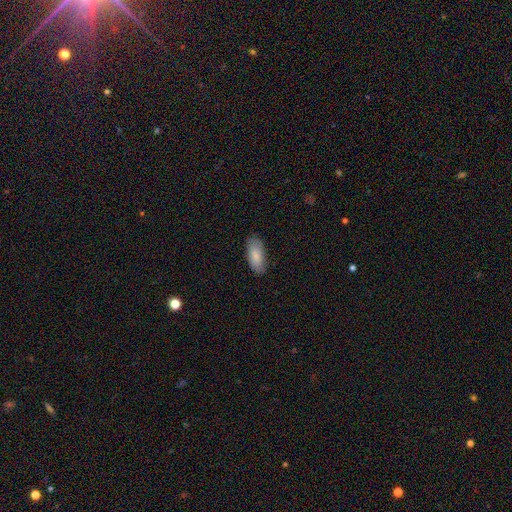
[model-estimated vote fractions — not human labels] The model was most divided on "merging": none: 85%, minor disturbance: 12%, major disturbance: 2%, merger: 1%. More confident: how rounded — in between (89%); smooth or featured — smooth (86%).